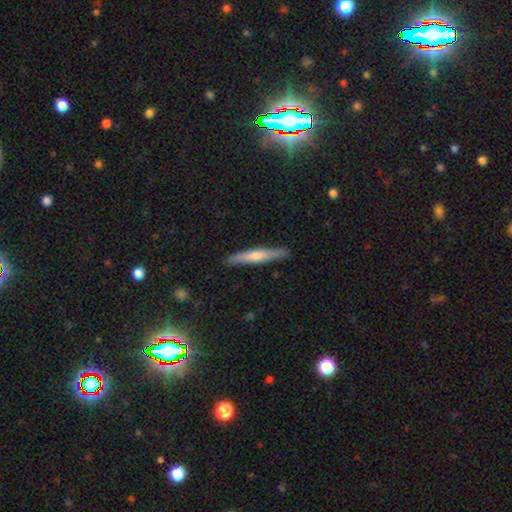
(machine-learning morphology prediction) Smooth or featured? featured or disk (52%)
Edge-on disk? yes (95%)
Merging? none (89%)